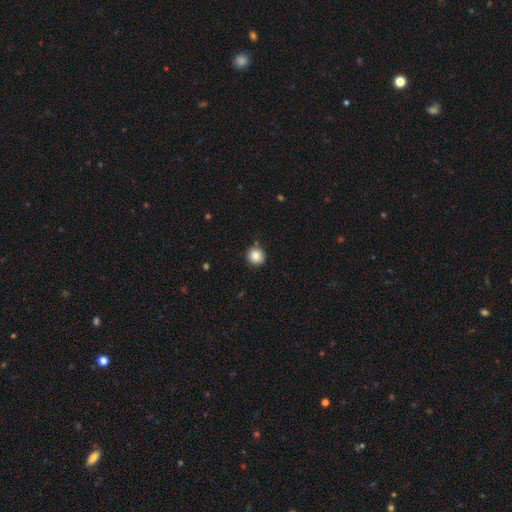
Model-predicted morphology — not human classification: The model was most divided on "merging": none: 83%, minor disturbance: 12%, merger: 2%, major disturbance: 2%. More confident: how rounded — round (91%); smooth or featured — smooth (87%).